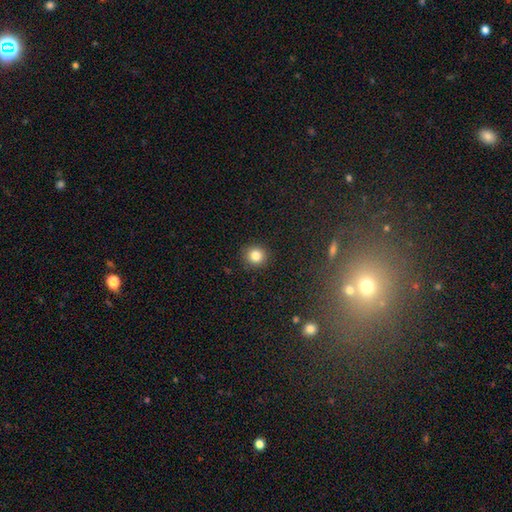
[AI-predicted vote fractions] This is clearly a smooth galaxy (83%). How rounded: clearly round (90%). Merging: clearly none (91%).